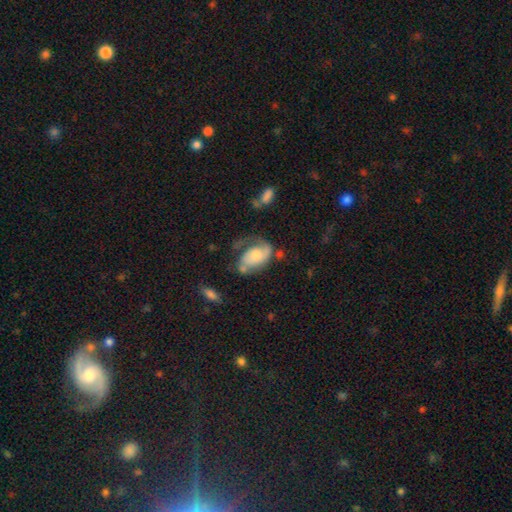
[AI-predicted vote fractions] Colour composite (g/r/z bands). It shows a featured or disk galaxy (65%) with no bar (69%), 2 (47%) medium (42%) spiral arms (86%) and a moderate central bulge (50%). Merging: none (37%).